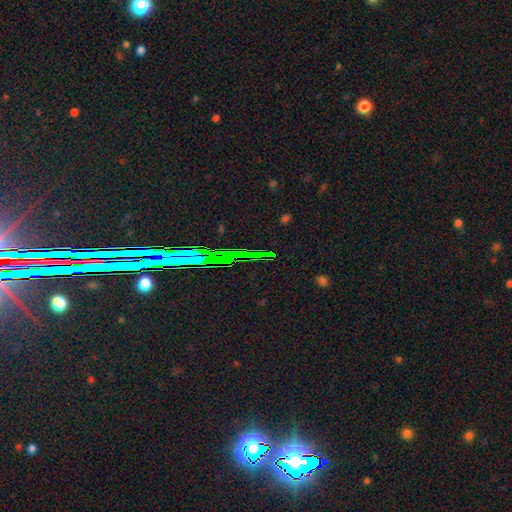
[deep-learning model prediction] smooth-or-featured: star or artifact: 71% | smooth: 15% | featured or disk: 14%